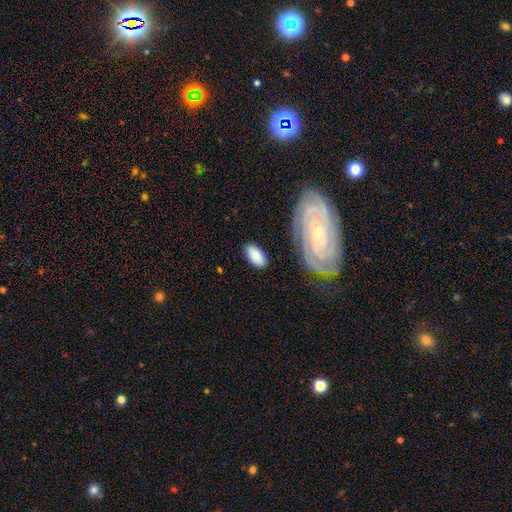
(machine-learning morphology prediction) smooth 81%, featured or disk 13%, star or artifact 6%. Down the decision tree: how rounded — in between (94%); merging — none (79%).